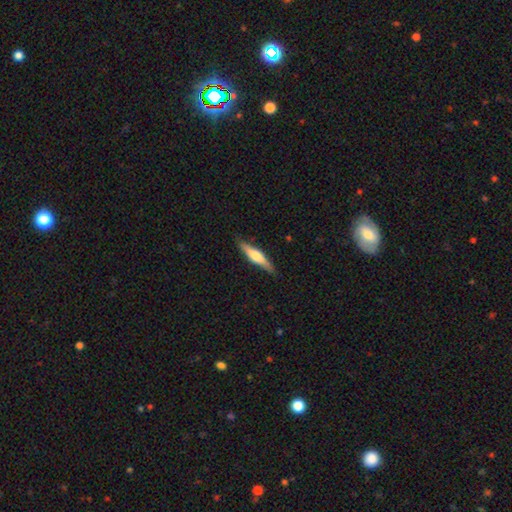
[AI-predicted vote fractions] This is possibly a smooth galaxy (48%). Merging: clearly none (87%).